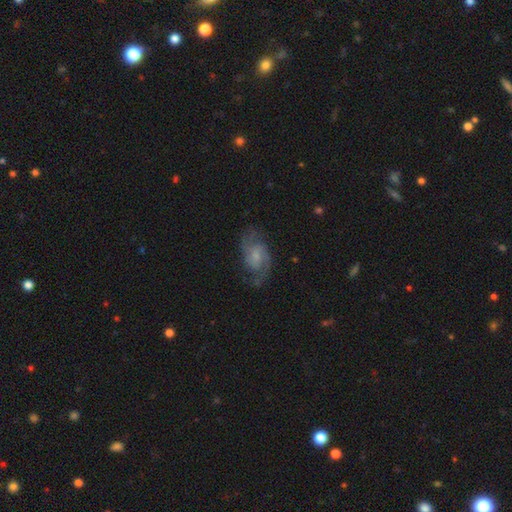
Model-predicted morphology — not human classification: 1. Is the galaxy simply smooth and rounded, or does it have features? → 75% featured or disk, 18% smooth, 7% star or artifact.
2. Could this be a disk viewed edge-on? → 97% no, 3% yes.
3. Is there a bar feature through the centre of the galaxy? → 47% weak, 45% no, 8% strong.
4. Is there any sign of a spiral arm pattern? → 93% yes, 7% no.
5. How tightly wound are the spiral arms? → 52% medium, 27% loose, 22% tight.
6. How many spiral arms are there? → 82% 2, 9% can't tell, 4% 3, 3% 1, 2% 4, 1% more than 4.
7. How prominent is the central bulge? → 53% small, 27% moderate, 16% none, 4% large, 1% dominant.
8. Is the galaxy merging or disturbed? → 69% none, 19% minor disturbance, 11% major disturbance, 1% merger.